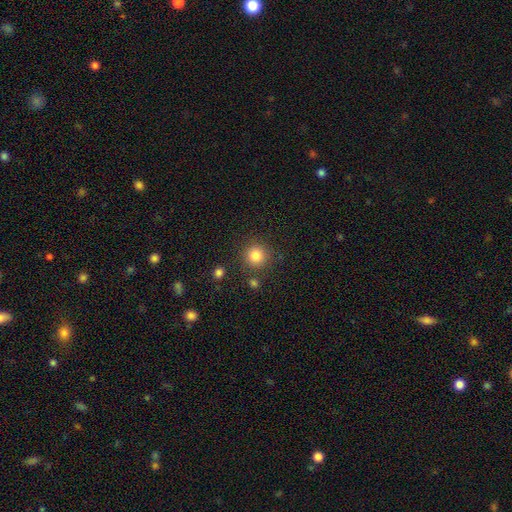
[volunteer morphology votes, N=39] This appears to be a smooth galaxy with no disk features (85%) that is round (94%). Merging: none (85%).